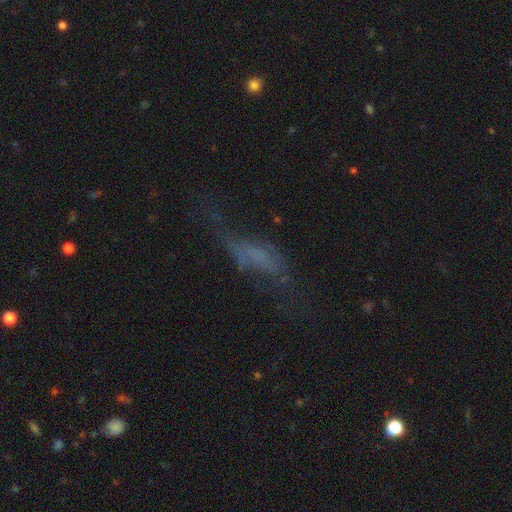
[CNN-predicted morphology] smooth_or_featured: featured or disk (p=0.43) [alt: smooth p=0.37]
merging: none (p=0.38) [alt: major disturbance p=0.36]